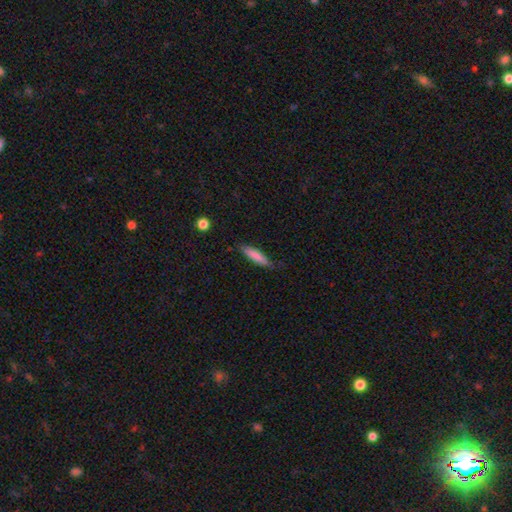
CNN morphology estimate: Overall: smooth (81%). How rounded: cigar-shaped (81%). Merging: none (83%).